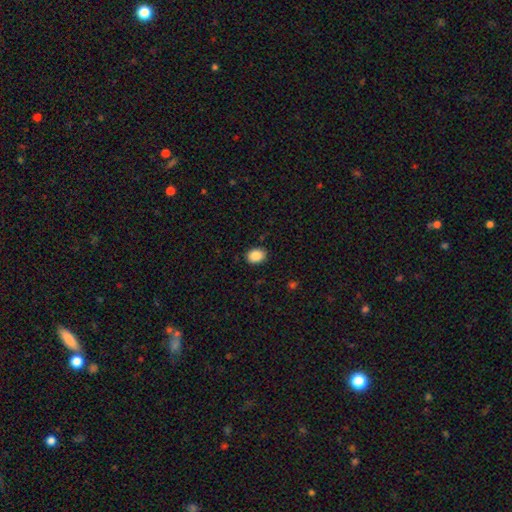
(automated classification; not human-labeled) Morphology: type=smooth (88%); roundness=in between (59%); merging=none (89%).